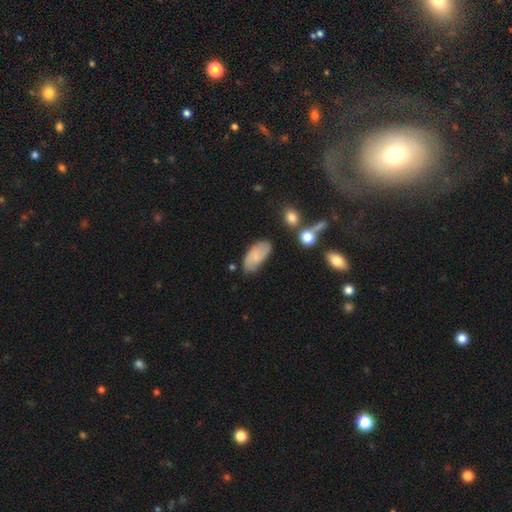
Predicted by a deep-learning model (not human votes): Overall: smooth (72%). How rounded: in between (93%). Merging: none (70%).